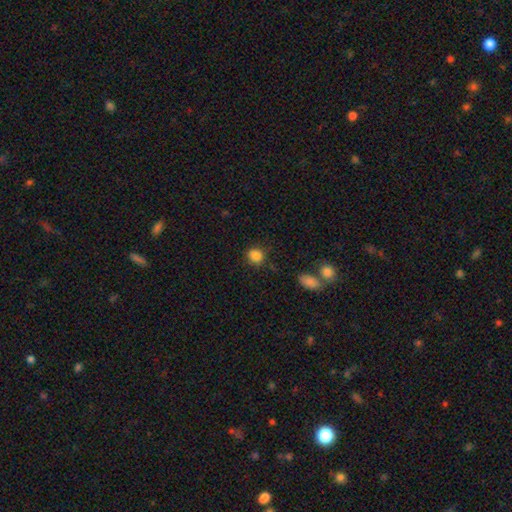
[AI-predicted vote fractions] Morphology: type=smooth (85%); roundness=round (65%); merging=none (75%).